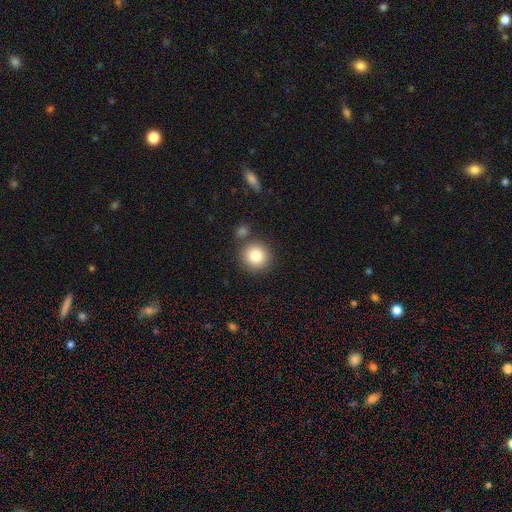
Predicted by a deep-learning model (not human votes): A smooth galaxy with no disk features (85%) that is round (92%). Merging: none (77%).